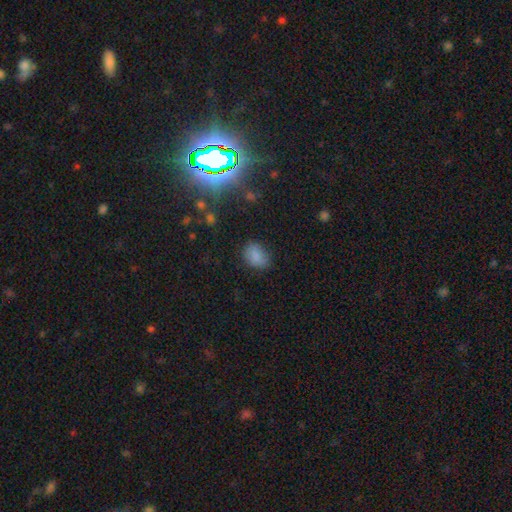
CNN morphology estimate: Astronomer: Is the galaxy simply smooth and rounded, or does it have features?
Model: smooth — 84%.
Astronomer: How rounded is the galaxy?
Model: in between — 69%.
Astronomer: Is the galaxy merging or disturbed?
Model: none — 77%.